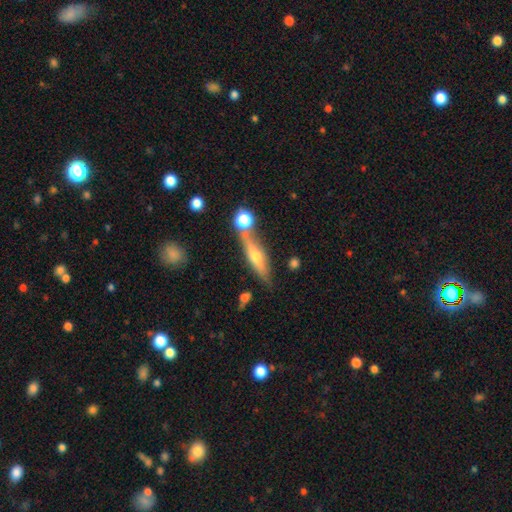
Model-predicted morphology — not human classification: This appears to be a featured or disk galaxy (56%) viewed edge-on (89%). Merging: none (64%).